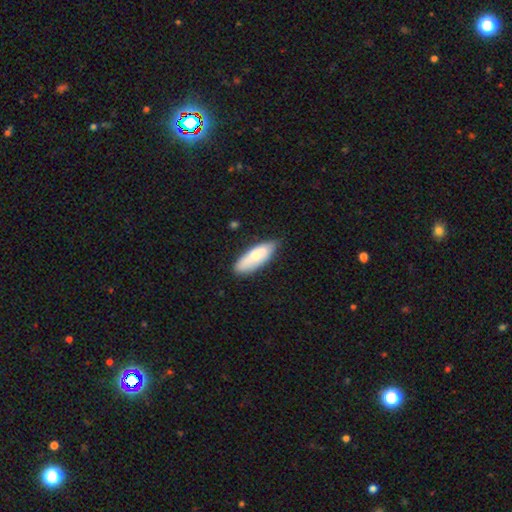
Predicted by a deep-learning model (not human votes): The model was most divided on "smooth or featured": smooth: 66%, featured or disk: 29%, star or artifact: 6%. More confident: merging — none (71%); how rounded — in between (70%).